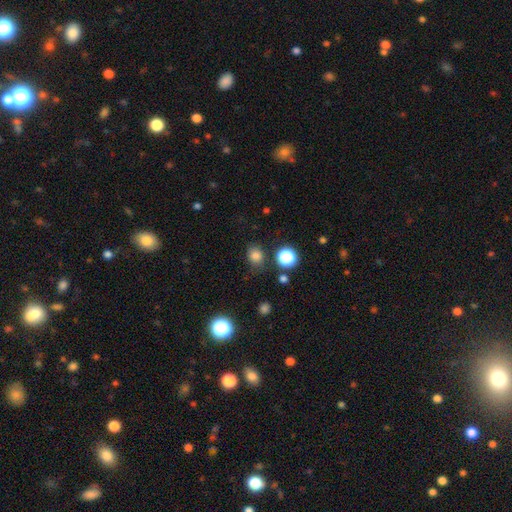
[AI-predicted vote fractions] Smooth or featured? Predicted: smooth (p=0.79). How rounded? Predicted: round (p=0.70). Merging? Predicted: none (p=0.79).